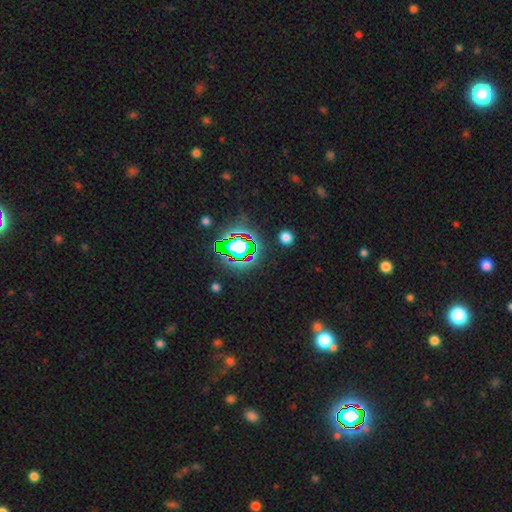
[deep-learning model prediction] This appears to be a star or artifact, not a galaxy (79%).